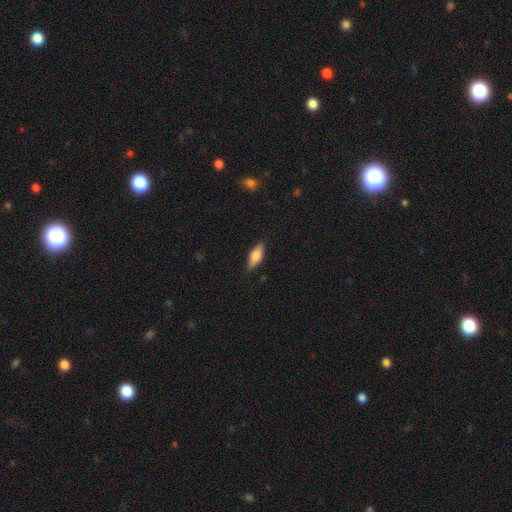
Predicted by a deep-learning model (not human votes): Overall: smooth (67%). How rounded: in between (66%; cigar-shaped 31%). Merging: none (86%).